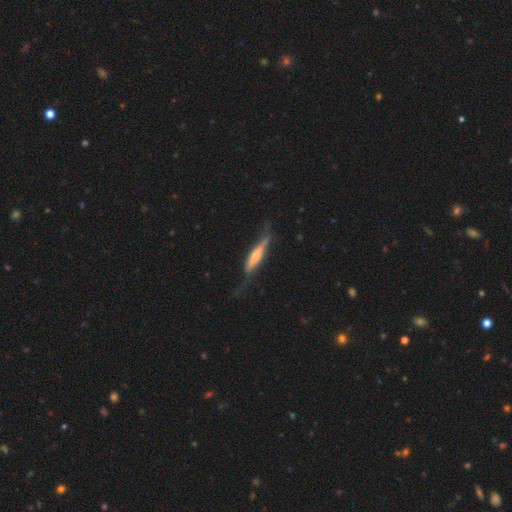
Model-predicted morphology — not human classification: smooth 47% (tied), featured or disk 47% (tied), star or artifact 5%. Down the decision tree: merging — none (53%).